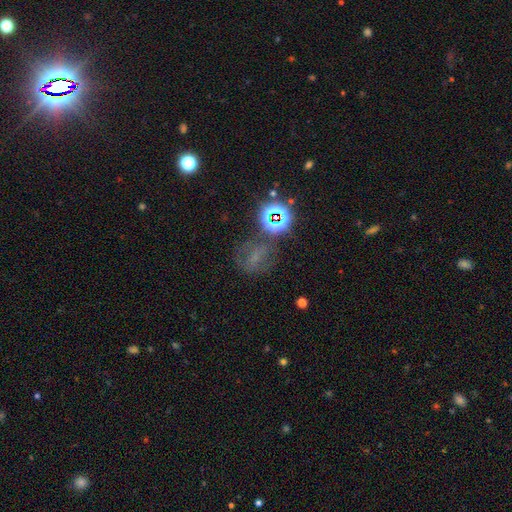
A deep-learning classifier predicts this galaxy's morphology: This is possibly a star or artifact rather than a galaxy (45%).